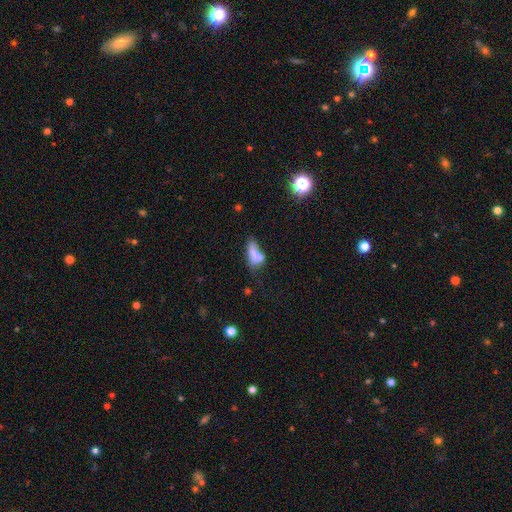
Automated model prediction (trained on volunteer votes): smooth-or-featured: smooth: 64% | featured or disk: 24% | star or artifact: 12%
  how-rounded: in between: 72% | round: 14% | cigar-shaped: 14%
  merging: merger: 41% | major disturbance: 22% | none: 20% | minor disturbance: 17%